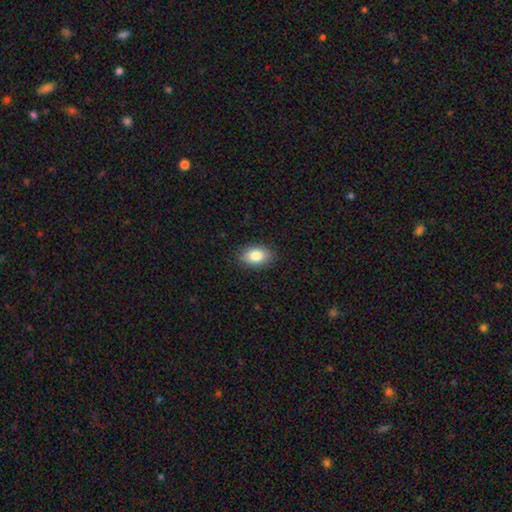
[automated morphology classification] This is clearly a smooth galaxy (86%). How rounded: clearly in between (90%). Merging: clearly none (88%).